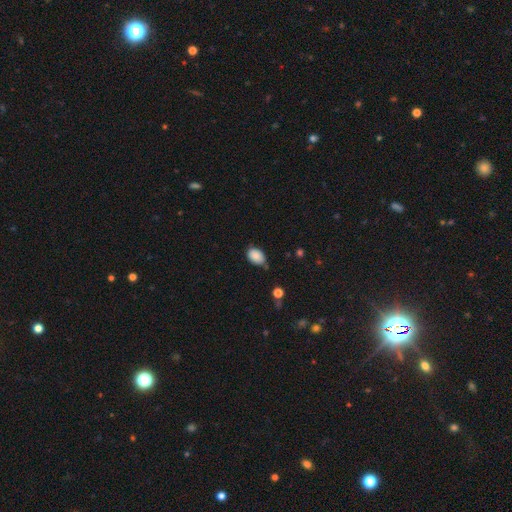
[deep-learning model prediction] smooth 88%, star or artifact 8%, featured or disk 4%. Down the decision tree: how rounded — in between (84%); merging — none (68%).